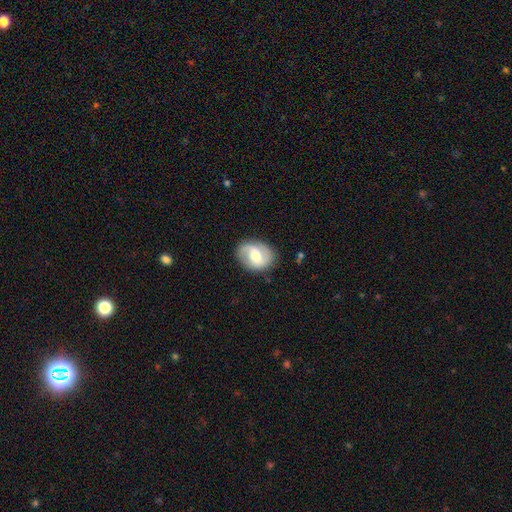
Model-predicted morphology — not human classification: featured or disk 70%, smooth 24%, star or artifact 6%. Down the decision tree: edge-on disk — no (97%); bar — weak (49%); spiral arms — yes (88%); spiral arm count — 2 (87%); spiral winding — medium (46%); bulge size — moderate (63%); merging — none (82%).